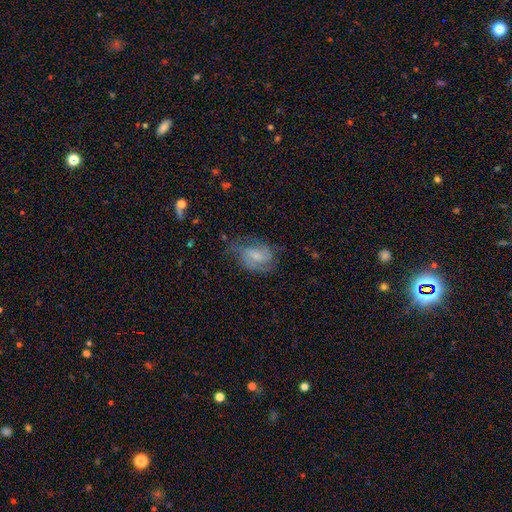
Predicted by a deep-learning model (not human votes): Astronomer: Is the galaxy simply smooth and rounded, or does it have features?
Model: featured or disk — 65%.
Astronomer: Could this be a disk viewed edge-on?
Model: no — 97%.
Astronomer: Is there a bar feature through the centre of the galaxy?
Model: weak — 47% (runner-up: no, 42%).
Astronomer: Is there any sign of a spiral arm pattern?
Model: yes — 89%.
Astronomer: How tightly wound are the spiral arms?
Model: medium — 46% (runner-up: tight, 35%).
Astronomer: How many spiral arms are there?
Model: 2 — 57%.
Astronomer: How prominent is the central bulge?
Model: small — 50% (runner-up: moderate, 33%).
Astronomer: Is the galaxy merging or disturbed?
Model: none — 53%.